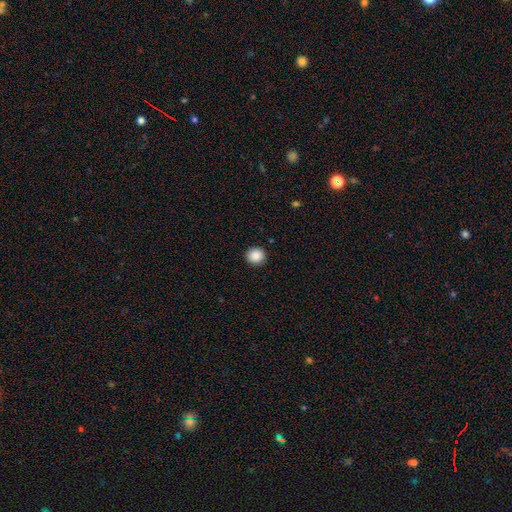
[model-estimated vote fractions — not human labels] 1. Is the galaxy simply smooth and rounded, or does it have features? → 88% smooth, 9% star or artifact, 3% featured or disk.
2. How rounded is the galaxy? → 88% round, 11% in between, 1% cigar-shaped.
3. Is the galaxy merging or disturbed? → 92% none, 5% minor disturbance, 2% major disturbance, 1% merger.